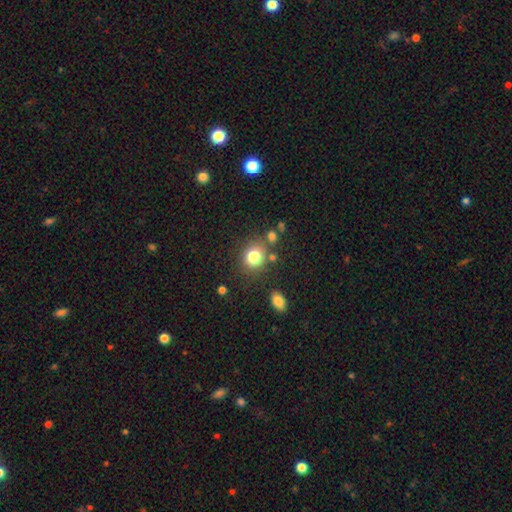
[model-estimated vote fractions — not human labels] smooth_or_featured: smooth (p=0.79) [alt: star or artifact p=0.12]
how_rounded: round (p=0.74) [alt: in between p=0.25]
merging: none (p=0.75) [alt: minor disturbance p=0.12]